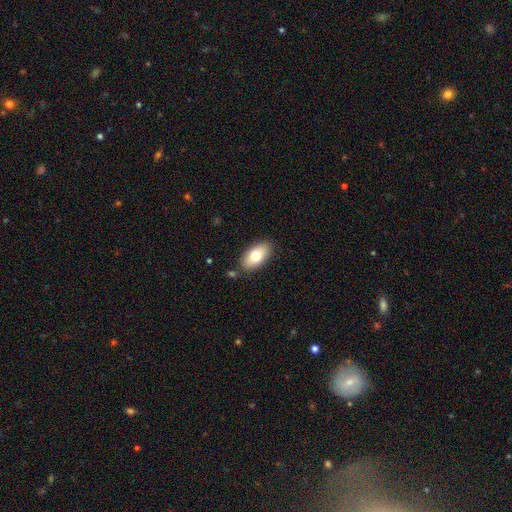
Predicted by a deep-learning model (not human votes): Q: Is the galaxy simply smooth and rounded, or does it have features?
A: smooth — 76%.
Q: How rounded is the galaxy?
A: in between — 93%.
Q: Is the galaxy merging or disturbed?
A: none — 84%.